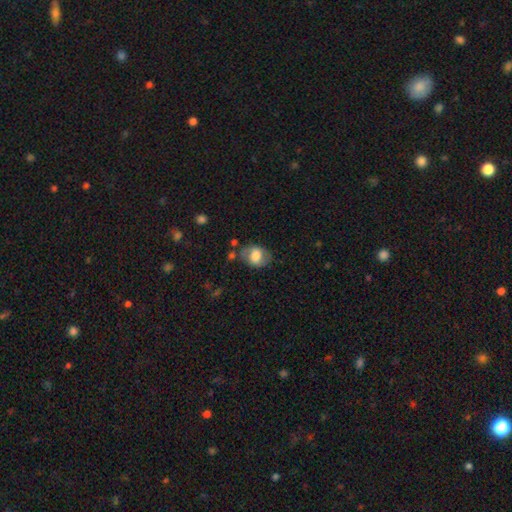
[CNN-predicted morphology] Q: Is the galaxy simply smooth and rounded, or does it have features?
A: smooth — 63%.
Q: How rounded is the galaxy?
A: in between — 63%.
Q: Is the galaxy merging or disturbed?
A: none — 63%.